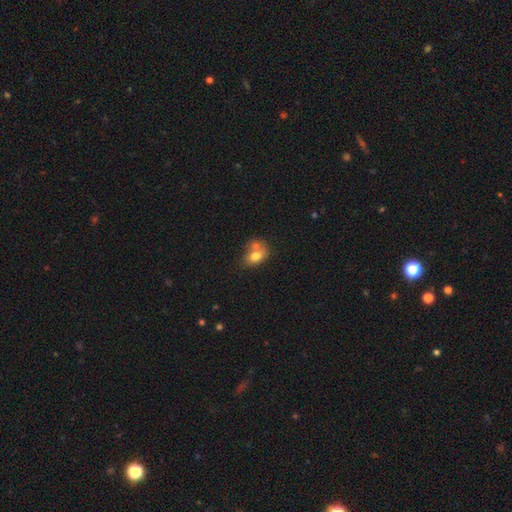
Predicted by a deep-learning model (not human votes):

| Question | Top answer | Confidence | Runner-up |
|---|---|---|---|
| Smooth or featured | smooth | 74% | featured or disk (17%) |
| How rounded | in between | 69% | round (29%) |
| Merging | merger | 54% | none (27%) |